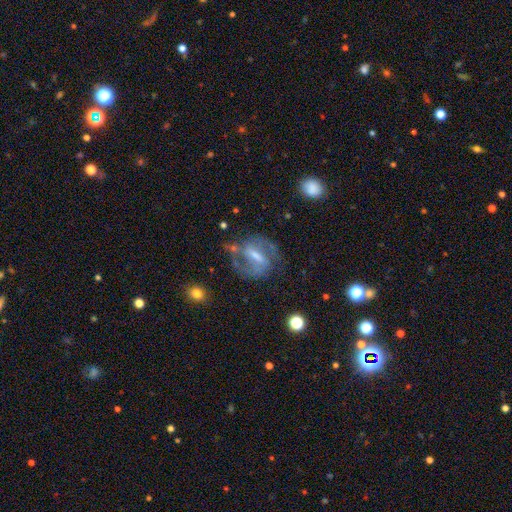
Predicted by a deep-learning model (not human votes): This appears to be a featured or disk galaxy (83%) with a strong bar (56%), 2 (89%) medium (59%) spiral arms (92%) and a small central bulge (38%). Merging: none (68%).